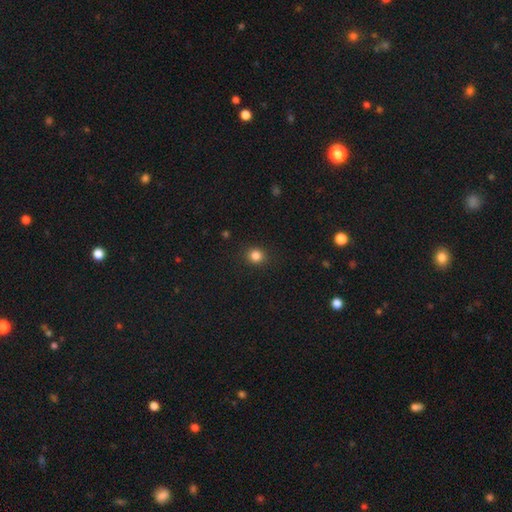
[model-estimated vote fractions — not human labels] Q: Smooth or featured?
A: smooth (84%); runner-up: star or artifact (12%)
Q: How rounded?
A: round (87%); runner-up: in between (12%)
Q: Merging?
A: none (90%); runner-up: minor disturbance (7%)